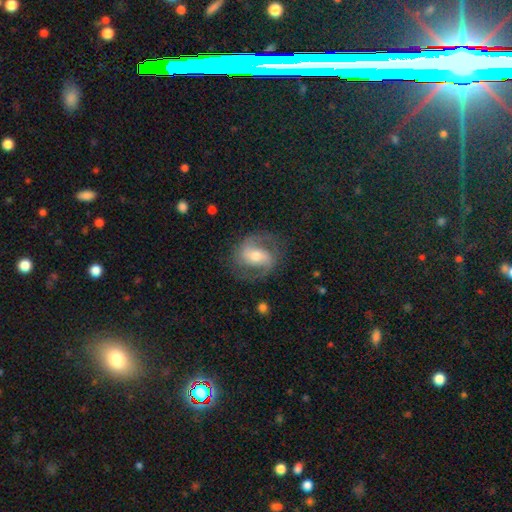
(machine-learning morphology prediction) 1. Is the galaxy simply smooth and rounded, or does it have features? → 82% featured or disk, 11% smooth, 7% star or artifact.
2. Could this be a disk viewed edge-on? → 97% no, 3% yes.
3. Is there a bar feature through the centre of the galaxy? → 41% weak, 31% strong, 28% no.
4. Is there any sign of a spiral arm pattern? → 95% yes, 5% no.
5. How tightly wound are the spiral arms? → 54% medium, 25% loose, 21% tight.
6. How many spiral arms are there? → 90% 2, 4% can't tell, 2% 1, 2% 3, 1% 4, 1% more than 4.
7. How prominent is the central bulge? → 58% moderate, 33% small, 6% large, 2% none, 1% dominant.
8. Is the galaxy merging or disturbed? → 77% none, 14% minor disturbance, 8% major disturbance, 1% merger.